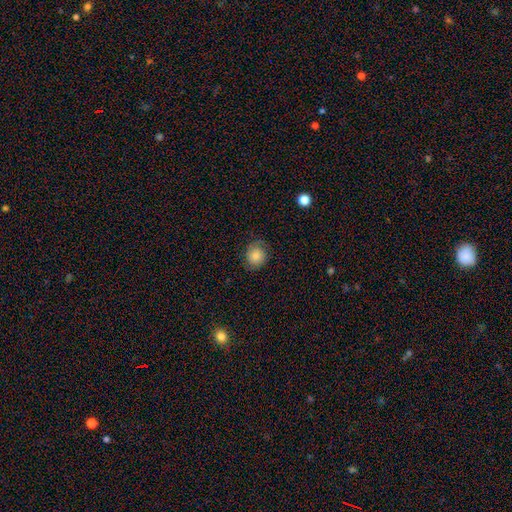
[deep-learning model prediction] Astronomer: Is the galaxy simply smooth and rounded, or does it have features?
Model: smooth — 59%.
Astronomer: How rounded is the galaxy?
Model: round — 73%.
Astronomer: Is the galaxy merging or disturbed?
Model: none — 74%.